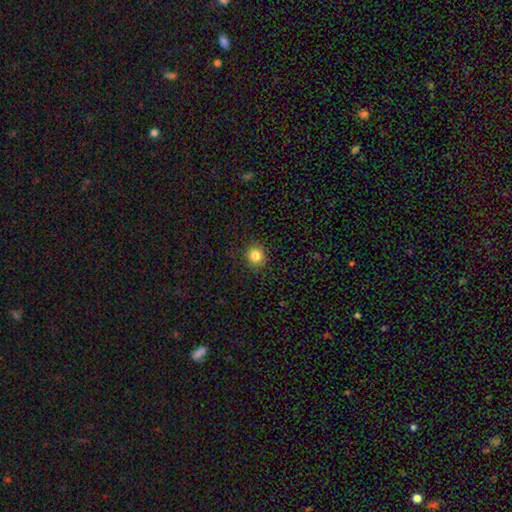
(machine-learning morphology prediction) A smooth galaxy with no disk features (84%) that is round (90%).

Vote fractions:
- Smooth or featured? smooth: 84% / star or artifact: 11% / featured or disk: 5%
- How rounded? round: 90% / in between: 10% / cigar-shaped: 1%
- Merging? none: 91% / minor disturbance: 6% / major disturbance: 2% / merger: 1%